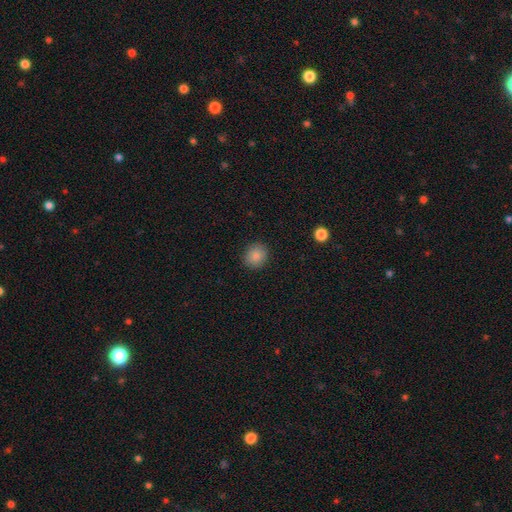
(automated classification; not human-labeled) smooth 85%, star or artifact 10%, featured or disk 5%. Down the decision tree: how rounded — round (83%); merging — none (90%).